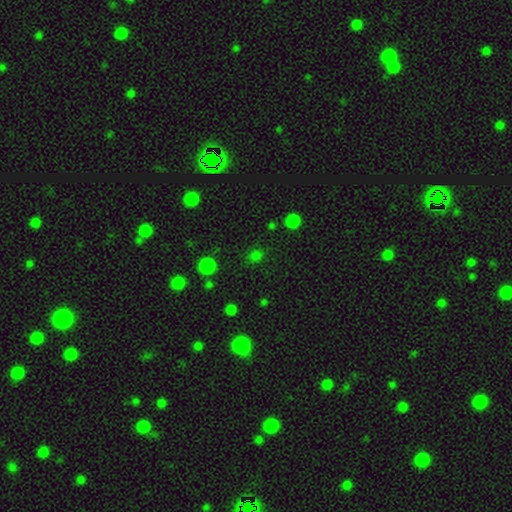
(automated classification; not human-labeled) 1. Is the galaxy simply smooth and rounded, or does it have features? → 67% smooth, 28% star or artifact, 5% featured or disk.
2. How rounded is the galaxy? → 78% round, 21% in between, 1% cigar-shaped.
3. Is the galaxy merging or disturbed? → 82% none, 11% minor disturbance, 4% major disturbance, 3% merger.